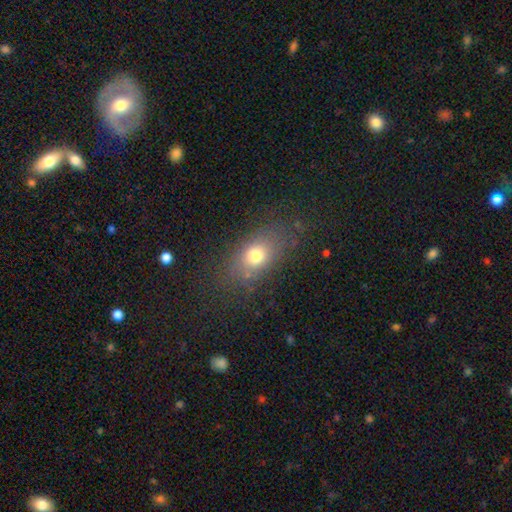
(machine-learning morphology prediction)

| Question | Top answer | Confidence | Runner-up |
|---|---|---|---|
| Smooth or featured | smooth | 72% | featured or disk (15%) |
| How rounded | in between | 71% | round (25%) |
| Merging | none | 75% | minor disturbance (15%) |